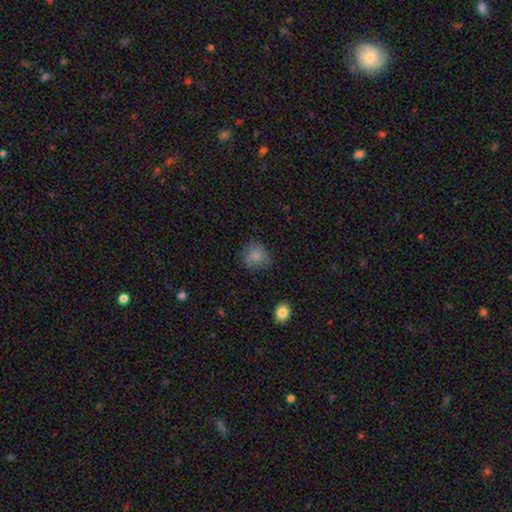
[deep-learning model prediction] smooth 82%, star or artifact 10%, featured or disk 8%. Down the decision tree: how rounded — round (81%); merging — none (71%).